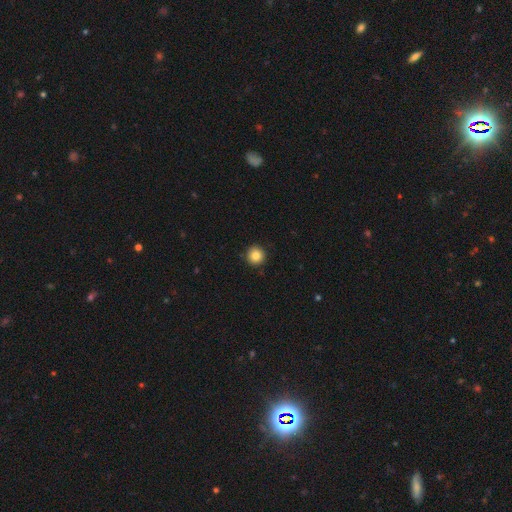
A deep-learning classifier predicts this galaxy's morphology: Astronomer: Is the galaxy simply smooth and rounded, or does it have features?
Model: smooth — 84%.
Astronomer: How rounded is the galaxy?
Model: round — 95%.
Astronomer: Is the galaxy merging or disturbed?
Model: none — 92%.